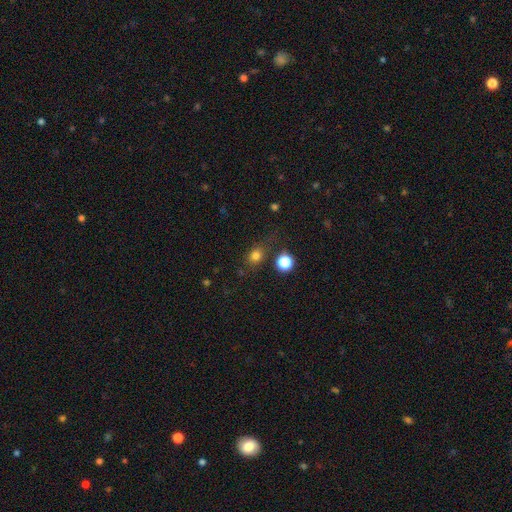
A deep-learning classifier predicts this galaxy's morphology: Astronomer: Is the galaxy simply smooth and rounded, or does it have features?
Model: smooth — 77%.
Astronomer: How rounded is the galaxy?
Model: round — 64%.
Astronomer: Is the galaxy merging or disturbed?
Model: none — 68%.